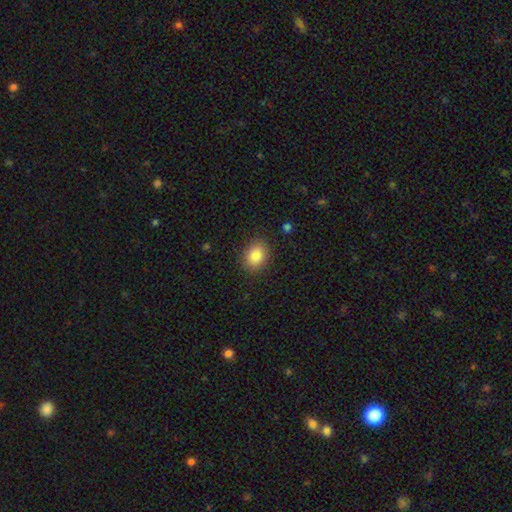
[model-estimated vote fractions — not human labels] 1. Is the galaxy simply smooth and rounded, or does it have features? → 84% smooth, 9% star or artifact, 7% featured or disk.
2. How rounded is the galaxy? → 57% in between, 42% round, 1% cigar-shaped.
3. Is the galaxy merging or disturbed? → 86% none, 10% minor disturbance, 3% major disturbance, 1% merger.